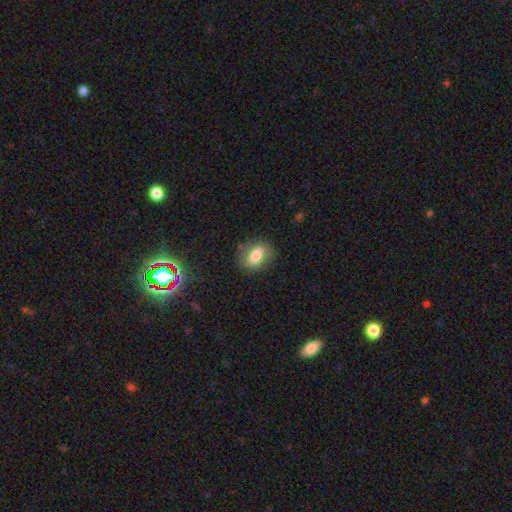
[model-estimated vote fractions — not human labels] Smooth or featured?
  - smooth: 72% *
  - featured or disk: 20%
  - star or artifact: 8%
How rounded?
  - in between: 77% *
  - round: 20%
  - cigar-shaped: 2%
Merging?
  - none: 77% *
  - minor disturbance: 16%
  - major disturbance: 5%
  - merger: 1%